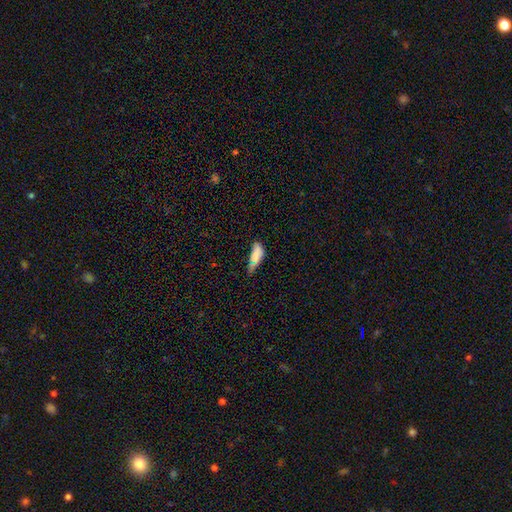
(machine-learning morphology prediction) smooth-or-featured: smooth: 77% | featured or disk: 13% | star or artifact: 10%
  how-rounded: in between: 70% | cigar-shaped: 27% | round: 3%
  merging: minor disturbance: 40% | none: 30% | major disturbance: 21% | merger: 10%